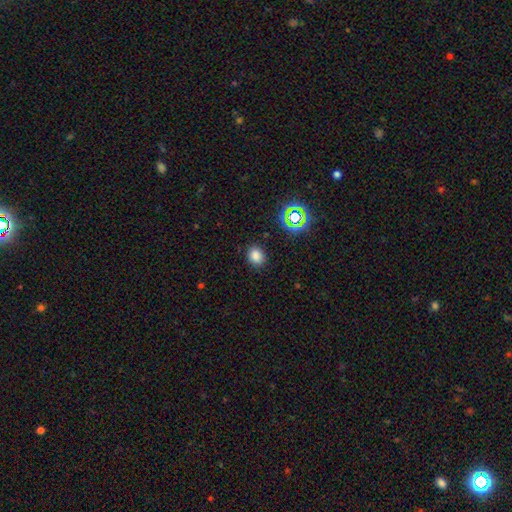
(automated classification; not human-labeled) smooth 79%, star or artifact 17%, featured or disk 5%. Down the decision tree: how rounded — round (57%); merging — none (87%).